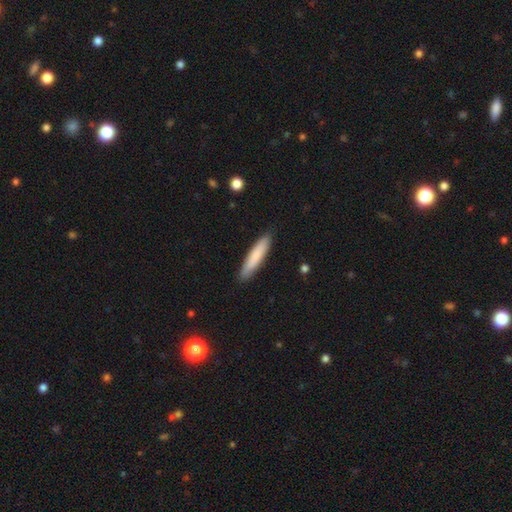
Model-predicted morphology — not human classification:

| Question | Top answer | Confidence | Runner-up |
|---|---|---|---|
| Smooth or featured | smooth | 80% | featured or disk (15%) |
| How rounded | cigar-shaped | 86% | in between (13%) |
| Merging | none | 89% | minor disturbance (9%) |